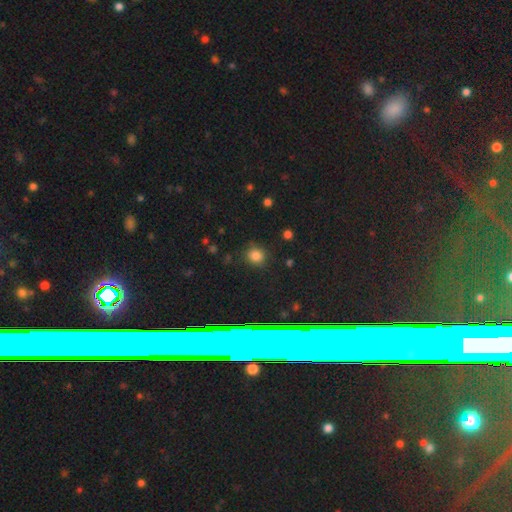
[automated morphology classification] The model was most divided on "smooth or featured": smooth: 76%, star or artifact: 18%, featured or disk: 5%. More confident: how rounded — round (84%); merging — none (83%).